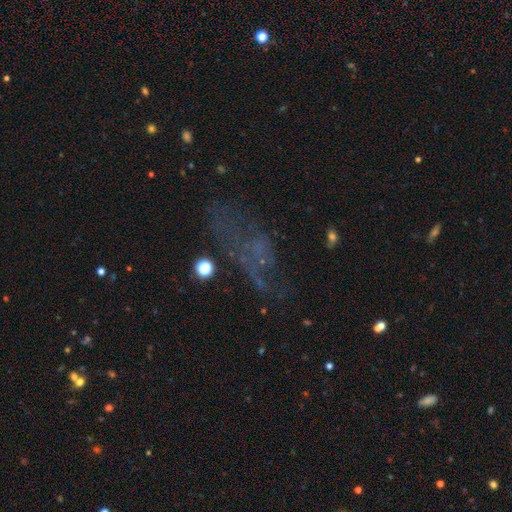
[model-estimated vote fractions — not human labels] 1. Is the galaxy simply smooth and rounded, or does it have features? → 37% featured or disk, 33% star or artifact, 30% smooth.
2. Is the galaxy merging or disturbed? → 45% none, 32% major disturbance, 19% minor disturbance, 5% merger.